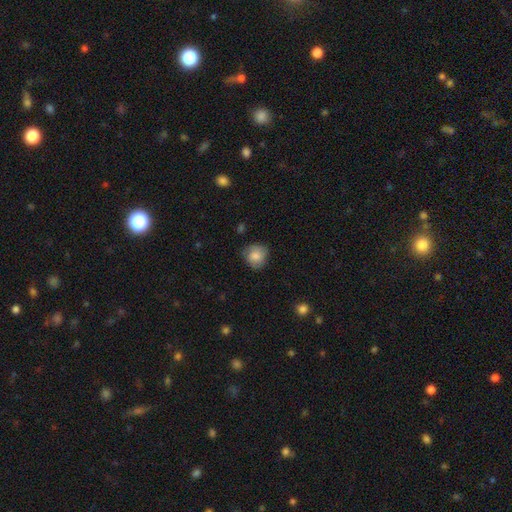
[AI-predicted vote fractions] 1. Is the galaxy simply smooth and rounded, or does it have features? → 77% smooth, 15% featured or disk, 8% star or artifact.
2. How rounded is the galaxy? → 82% round, 17% in between, 1% cigar-shaped.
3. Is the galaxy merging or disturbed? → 70% none, 23% minor disturbance, 5% major disturbance, 1% merger.